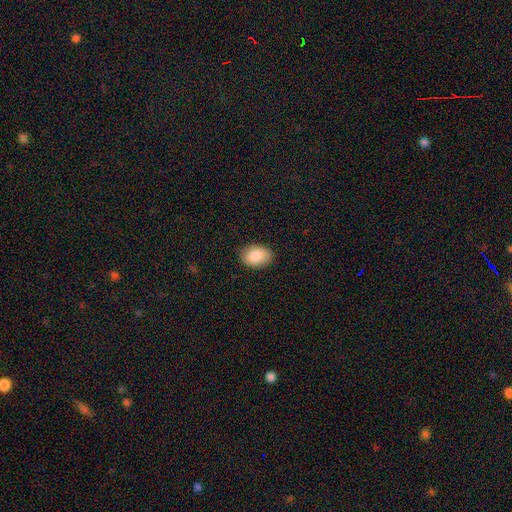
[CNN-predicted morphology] smooth 86%, featured or disk 7%, star or artifact 7%. Down the decision tree: how rounded — in between (84%); merging — none (88%).